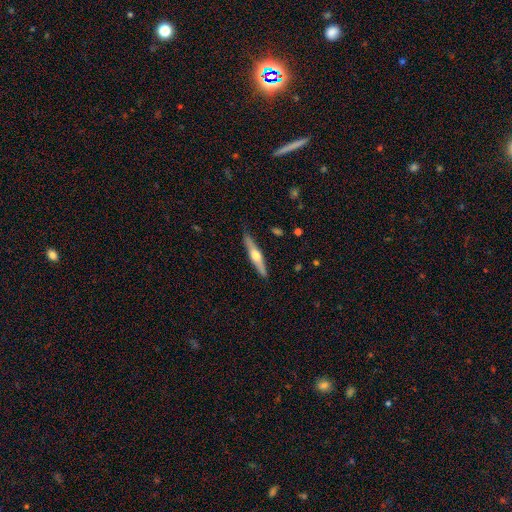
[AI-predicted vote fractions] This is possibly a featured or disk galaxy (59%). It is clearly viewed edge-on (95%). Edge-on bulge: clearly rounded (93%). Merging: clearly none (88%).